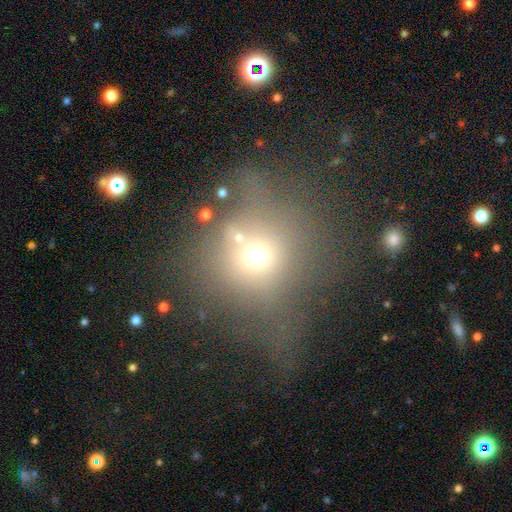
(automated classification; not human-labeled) smooth-or-featured: smooth: 52% | star or artifact: 26% | featured or disk: 22%
  how-rounded: round: 85% | in between: 14% | cigar-shaped: 2%
  merging: none: 44% | major disturbance: 25% | minor disturbance: 20% | merger: 11%